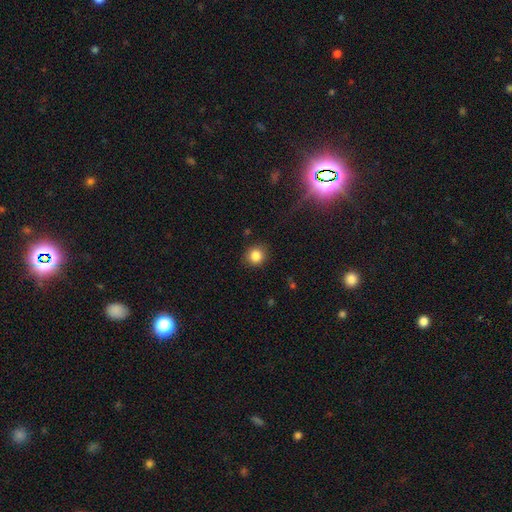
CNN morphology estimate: This is clearly a smooth galaxy (84%). How rounded: clearly round (88%). Merging: clearly none (89%).